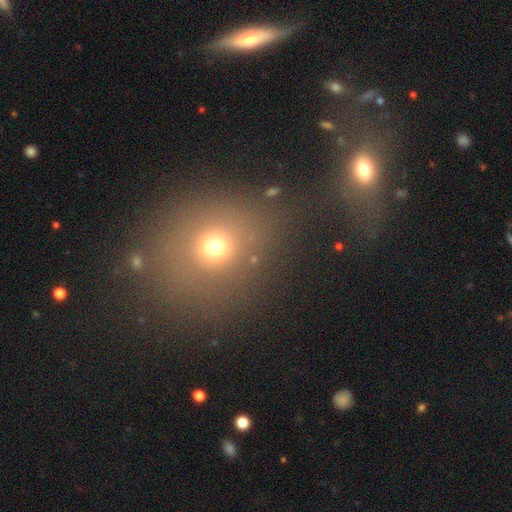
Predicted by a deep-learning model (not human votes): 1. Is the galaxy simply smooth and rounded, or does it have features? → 62% smooth, 25% star or artifact, 13% featured or disk.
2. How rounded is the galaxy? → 67% round, 31% in between, 1% cigar-shaped.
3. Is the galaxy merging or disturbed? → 61% none, 21% merger, 11% minor disturbance, 7% major disturbance.